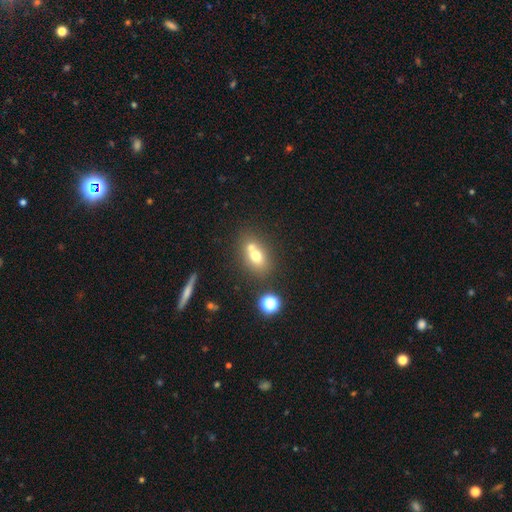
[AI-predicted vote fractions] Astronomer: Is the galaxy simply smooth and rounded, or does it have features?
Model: smooth — 65%.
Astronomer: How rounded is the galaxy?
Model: in between — 58% (runner-up: round, 40%).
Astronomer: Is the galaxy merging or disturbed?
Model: merger — 45% (runner-up: none, 42%).